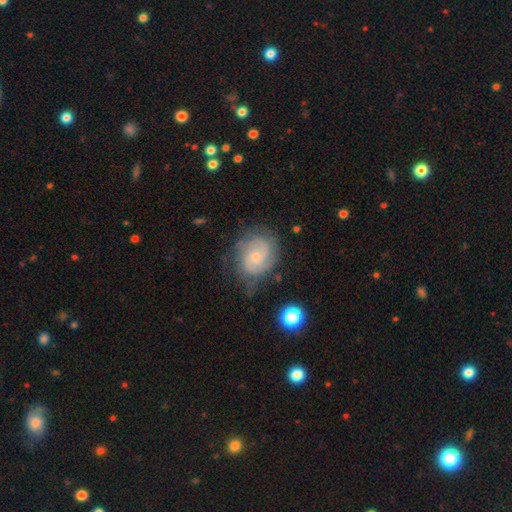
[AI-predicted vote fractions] Smooth or featured? featured or disk (70%)
Edge-on disk? no (97%)
Bar? no (65%)
Spiral arms? yes (93%)
Spiral winding? tight (51%)
Spiral arm count? 2 (59%)
Bulge size? small (61%)
Merging? none (67%)